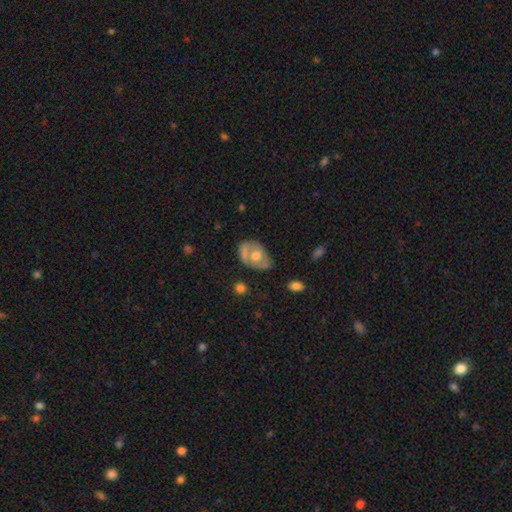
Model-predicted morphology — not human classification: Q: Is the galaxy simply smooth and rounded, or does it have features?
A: featured or disk — 50%.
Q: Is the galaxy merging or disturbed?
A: none — 46%.